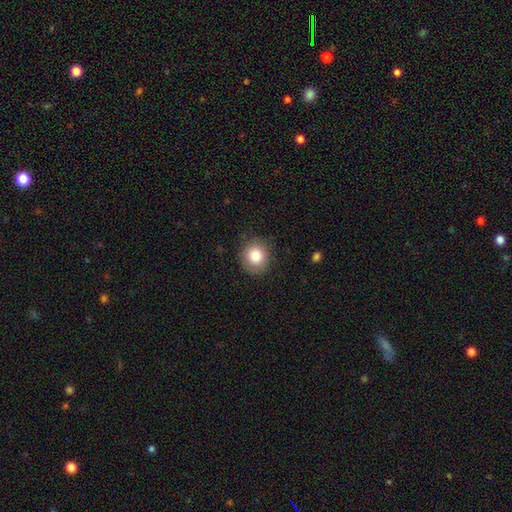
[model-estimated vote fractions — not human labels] A smooth galaxy with no disk features (82%) that is round (86%).

Vote fractions:
- Smooth or featured? smooth: 82% / star or artifact: 9% / featured or disk: 8%
- How rounded? round: 86% / in between: 13% / cigar-shaped: 1%
- Merging? none: 85% / minor disturbance: 11% / major disturbance: 3% / merger: 1%